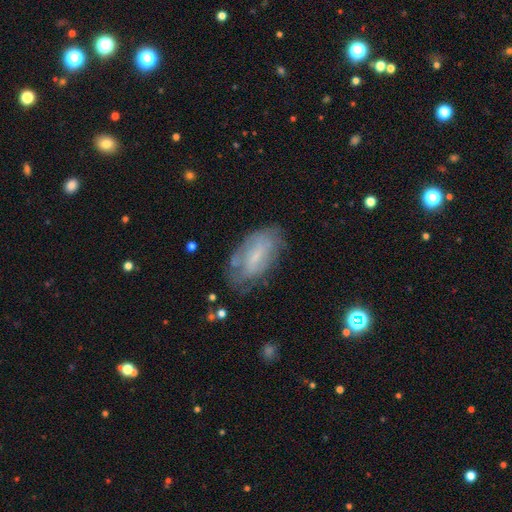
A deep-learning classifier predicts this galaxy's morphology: smooth-or-featured: featured or disk: 48% | smooth: 43% | star or artifact: 9%
  merging: none: 65% | minor disturbance: 24% | major disturbance: 9% | merger: 2%